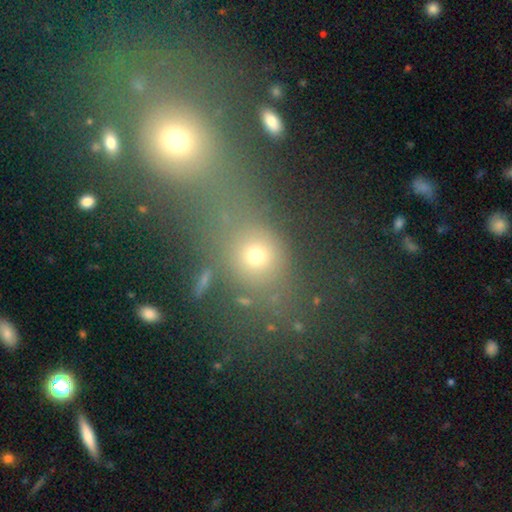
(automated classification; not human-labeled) Morphology: type=smooth (61%); roundness=round (71%); merging=merger (56%).